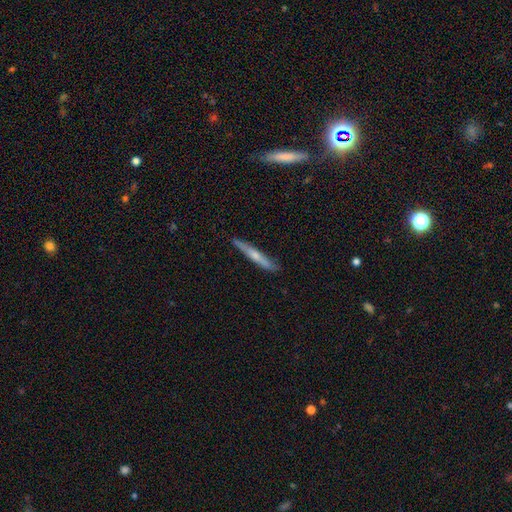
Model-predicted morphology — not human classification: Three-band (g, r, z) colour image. It shows a featured or disk galaxy (48%). Merging: none (86%).